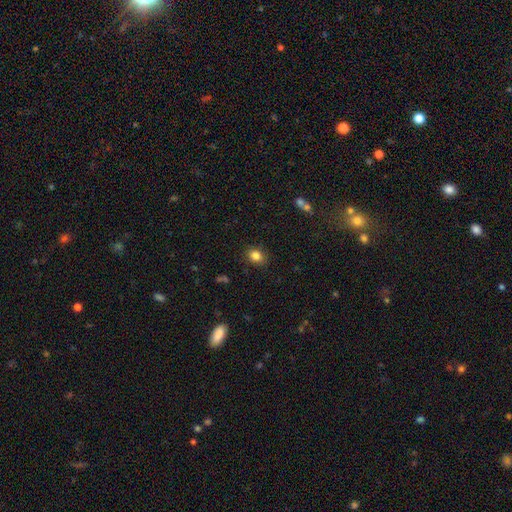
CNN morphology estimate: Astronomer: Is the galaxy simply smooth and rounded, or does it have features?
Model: smooth — 83%.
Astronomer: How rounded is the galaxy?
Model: round — 51% (runner-up: in between, 48%).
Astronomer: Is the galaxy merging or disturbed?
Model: none — 87%.